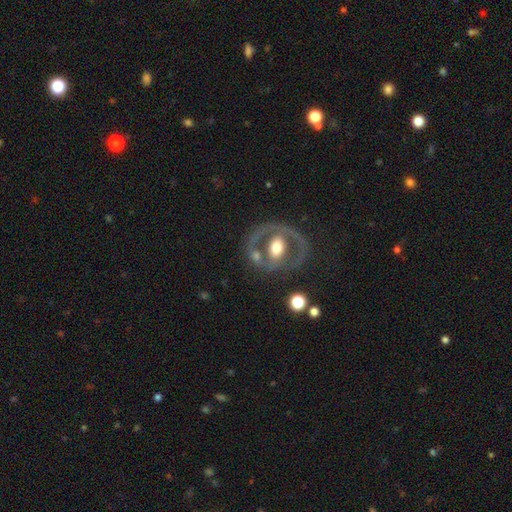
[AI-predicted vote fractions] This appears to be a featured or disk galaxy (68%) with no bar (53%), no spiral arms (69%) and a moderate central bulge (60%). Merging: none (59%).